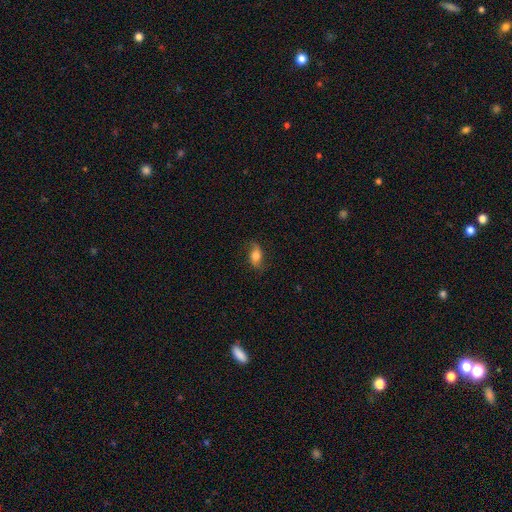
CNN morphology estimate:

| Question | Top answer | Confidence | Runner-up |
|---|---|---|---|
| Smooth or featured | smooth | 60% | featured or disk (30%) |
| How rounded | in between | 84% | round (10%) |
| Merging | none | 73% | minor disturbance (19%) |